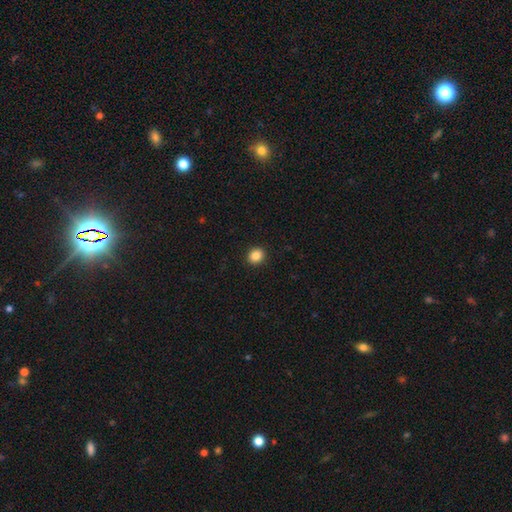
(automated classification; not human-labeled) Overall: smooth (87%). How rounded: round (75%). Merging: none (92%).